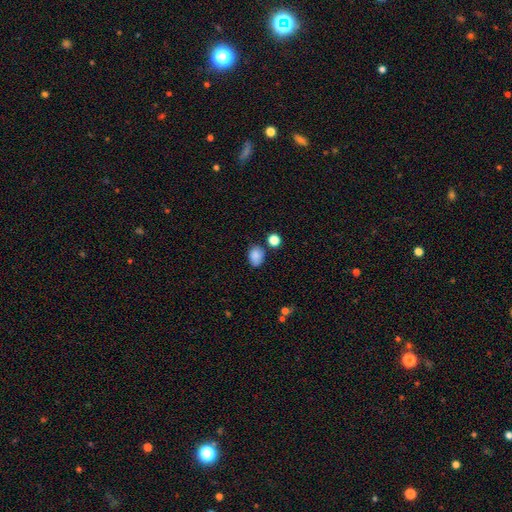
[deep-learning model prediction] smooth_or_featured: smooth (p=0.85) [alt: star or artifact p=0.10]
how_rounded: in between (p=0.74) [alt: round p=0.24]
merging: none (p=0.71) [alt: minor disturbance p=0.18]